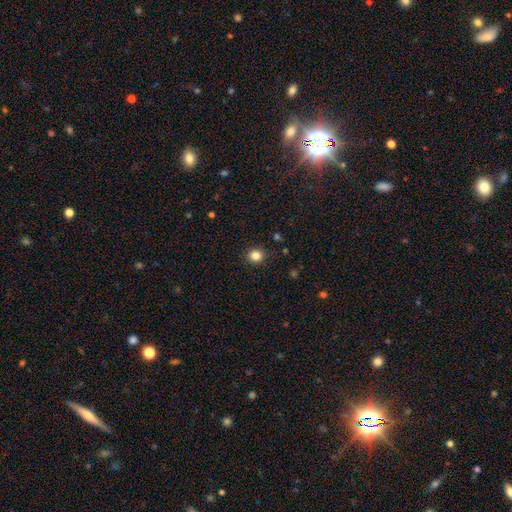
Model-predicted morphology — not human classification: This appears to be a smooth galaxy with no disk features (84%) that is round (87%). Merging: none (90%).